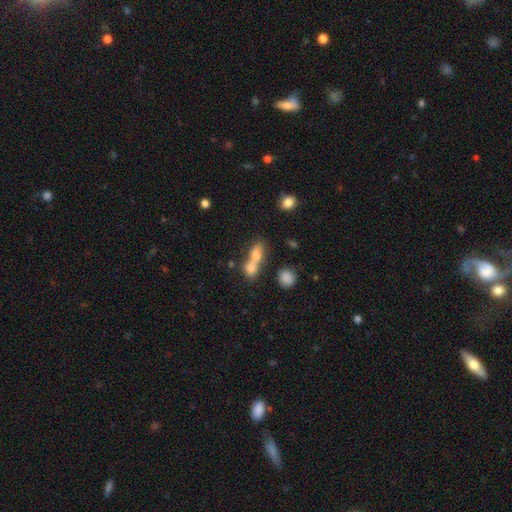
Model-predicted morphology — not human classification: smooth 73%, featured or disk 15%, star or artifact 12%. Down the decision tree: how rounded — in between (60%); merging — merger (68%).